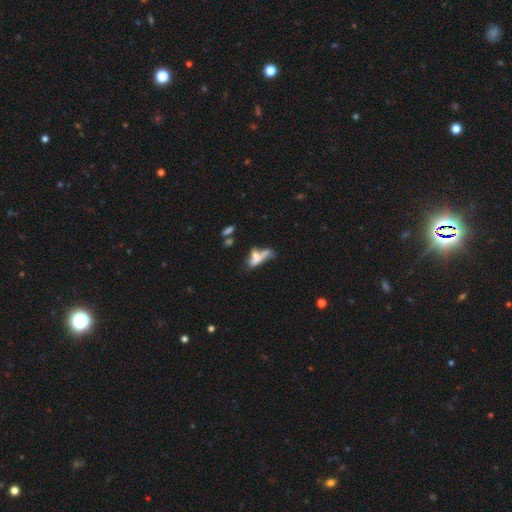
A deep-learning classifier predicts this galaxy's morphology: A smooth galaxy with no disk features (46%).

Vote fractions:
- Smooth or featured? smooth: 46% / featured or disk: 42% / star or artifact: 12%
- Merging? merger: 43% / none: 22% / major disturbance: 21% / minor disturbance: 14%